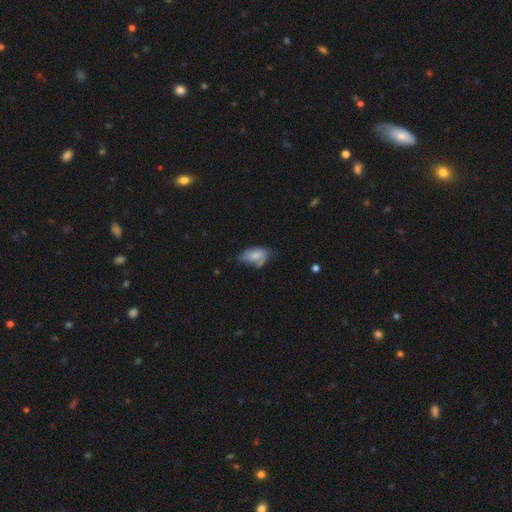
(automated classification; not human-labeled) smooth_or_featured: smooth (p=0.69) [alt: featured or disk p=0.23]
how_rounded: in between (p=0.91) [alt: round p=0.05]
merging: none (p=0.39) [alt: minor disturbance p=0.33]